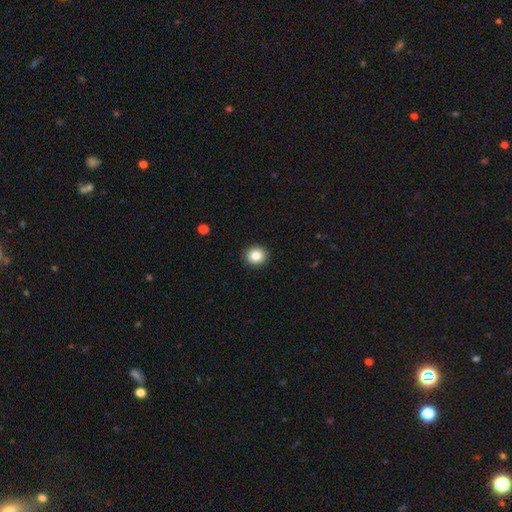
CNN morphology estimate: A smooth galaxy with no disk features (85%) that is round (86%).

Vote fractions:
- Smooth or featured? smooth: 85% / star or artifact: 9% / featured or disk: 6%
- How rounded? round: 86% / in between: 13% / cigar-shaped: 1%
- Merging? none: 92% / minor disturbance: 5% / major disturbance: 2% / merger: 1%